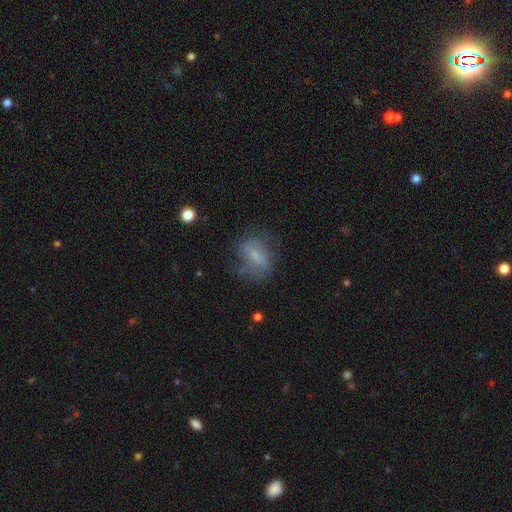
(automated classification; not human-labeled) A smooth galaxy with no disk features (55%) that is in between round and cigar-shaped (68%).

Vote fractions:
- Smooth or featured? smooth: 55% / featured or disk: 34% / star or artifact: 11%
- How rounded? in between: 68% / round: 23% / cigar-shaped: 9%
- Merging? none: 56% / minor disturbance: 25% / major disturbance: 17% / merger: 2%